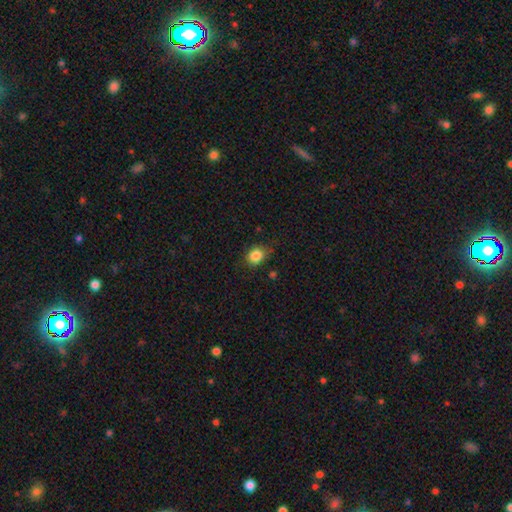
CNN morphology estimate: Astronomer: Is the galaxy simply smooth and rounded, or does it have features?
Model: smooth — 84%.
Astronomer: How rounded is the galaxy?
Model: round — 60% (runner-up: in between, 39%).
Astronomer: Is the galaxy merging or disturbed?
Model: none — 76%.